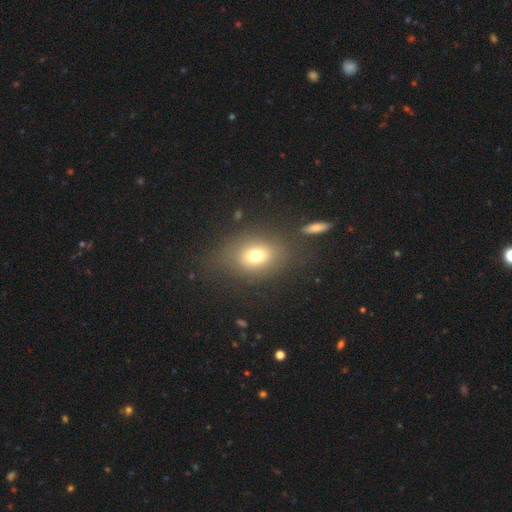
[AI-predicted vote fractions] smooth-or-featured: smooth: 71% | featured or disk: 15% | star or artifact: 13%
  how-rounded: in between: 58% | round: 41% | cigar-shaped: 2%
  merging: none: 72% | minor disturbance: 14% | major disturbance: 9% | merger: 4%